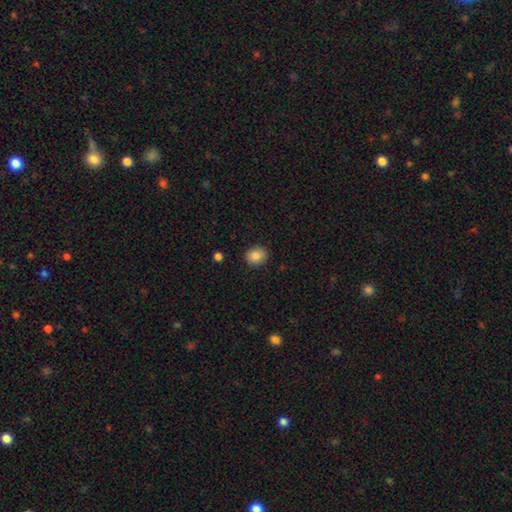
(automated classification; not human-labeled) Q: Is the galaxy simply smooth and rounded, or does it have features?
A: smooth — 85%.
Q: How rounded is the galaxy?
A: round — 71%.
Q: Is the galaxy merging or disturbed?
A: none — 90%.